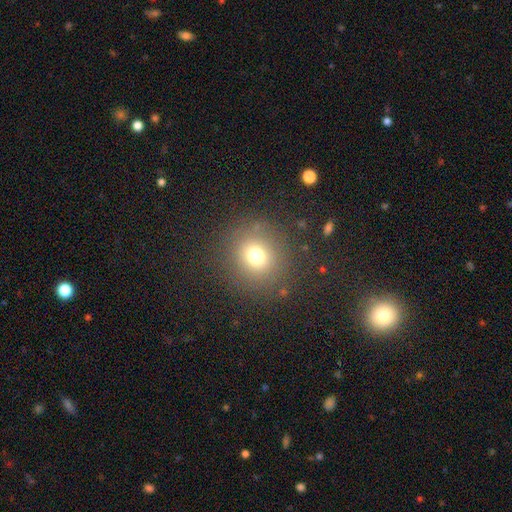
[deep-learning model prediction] The model was most divided on "smooth or featured": smooth: 72%, star or artifact: 18%, featured or disk: 10%. More confident: how rounded — round (90%); merging — none (86%).